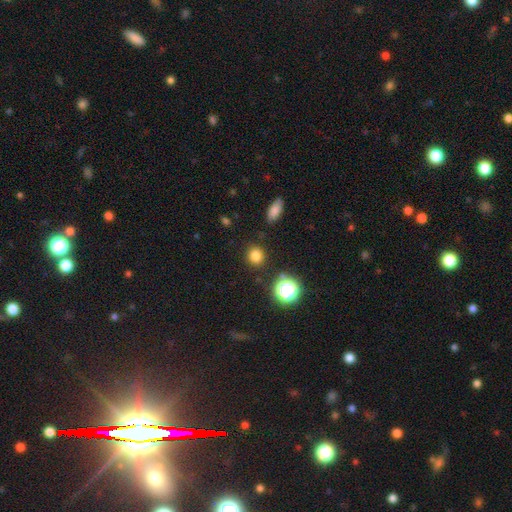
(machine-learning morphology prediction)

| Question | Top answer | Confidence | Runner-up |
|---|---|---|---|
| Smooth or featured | smooth | 79% | star or artifact (16%) |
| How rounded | round | 89% | in between (10%) |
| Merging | none | 88% | minor disturbance (7%) |